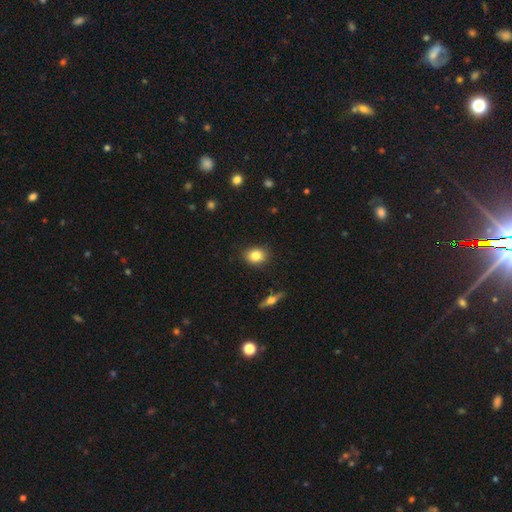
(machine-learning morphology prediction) Smooth or featured? Predicted: smooth (p=0.81). How rounded? Predicted: in between (p=0.49, tied with round). Merging? Predicted: none (p=0.88).